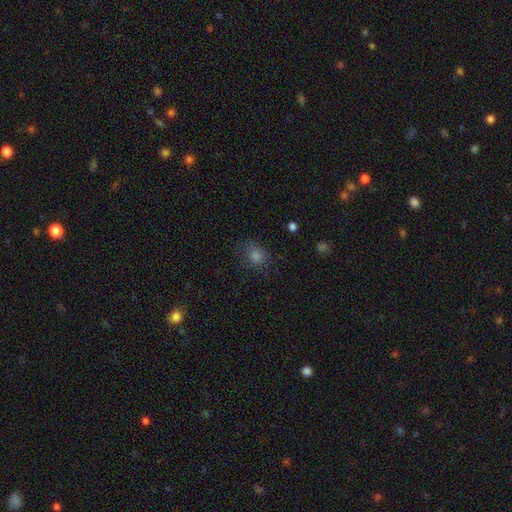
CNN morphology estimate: Q: Smooth or featured?
A: smooth (73%); runner-up: star or artifact (20%)
Q: How rounded?
A: round (64%); runner-up: in between (34%)
Q: Merging?
A: none (76%); runner-up: minor disturbance (16%)